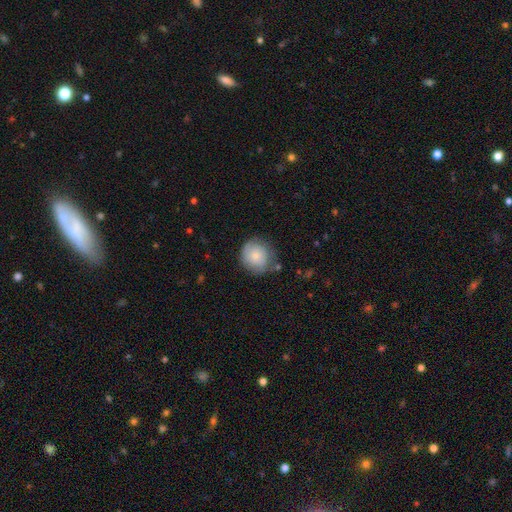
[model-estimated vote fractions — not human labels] A smooth galaxy with no disk features (72%) that is round (89%).

Vote fractions:
- Smooth or featured? smooth: 72% / featured or disk: 21% / star or artifact: 7%
- How rounded? round: 89% / in between: 10% / cigar-shaped: 1%
- Merging? none: 73% / minor disturbance: 19% / major disturbance: 6% / merger: 3%